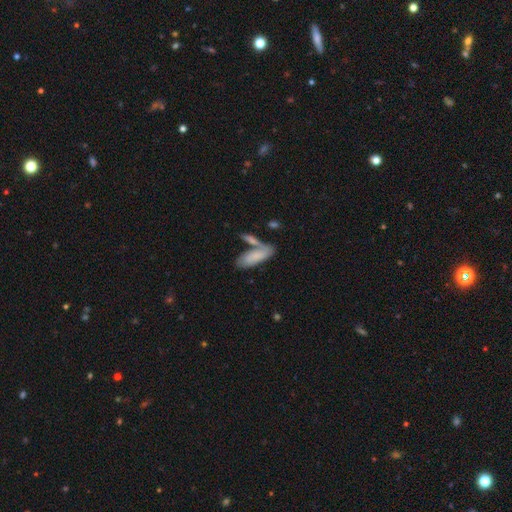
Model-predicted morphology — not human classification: Overall: smooth (71%). How rounded: in between (63%; cigar-shaped 35%). Merging: none (46%; merger 33%).